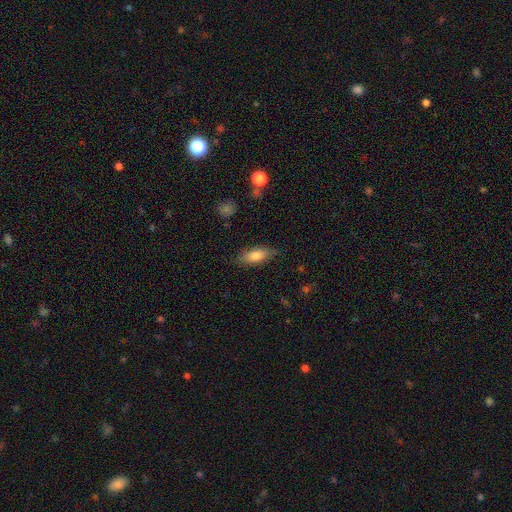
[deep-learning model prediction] smooth-or-featured: smooth: 79% | featured or disk: 15% | star or artifact: 7%
  how-rounded: in between: 75% | cigar-shaped: 23% | round: 2%
  merging: none: 81% | minor disturbance: 14% | major disturbance: 3% | merger: 1%